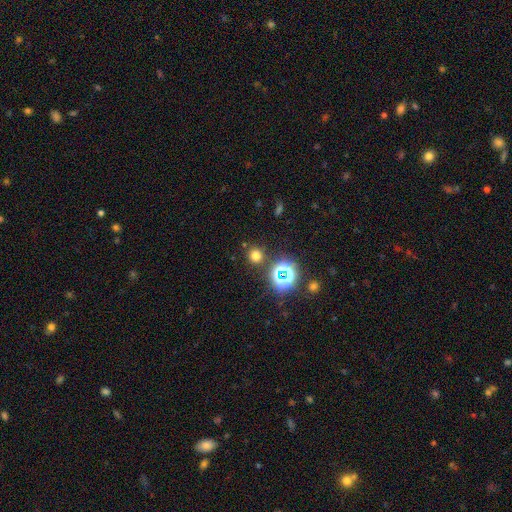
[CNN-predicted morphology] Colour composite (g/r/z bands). It shows a smooth galaxy with no disk features (68%) that is round (92%). Merging: none (85%).